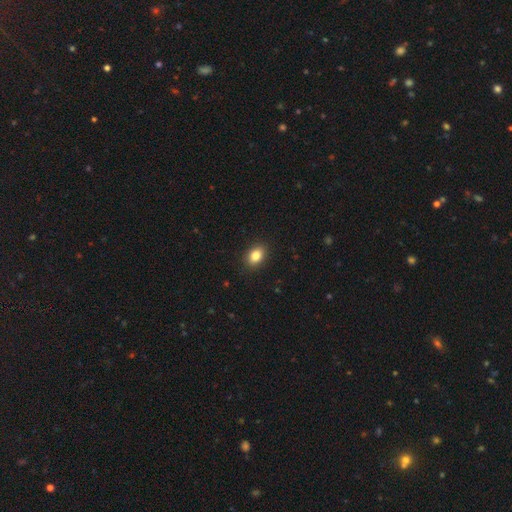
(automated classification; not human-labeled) This appears to be a smooth galaxy with no disk features (85%) that is in between round and cigar-shaped (75%). Merging: none (90%).